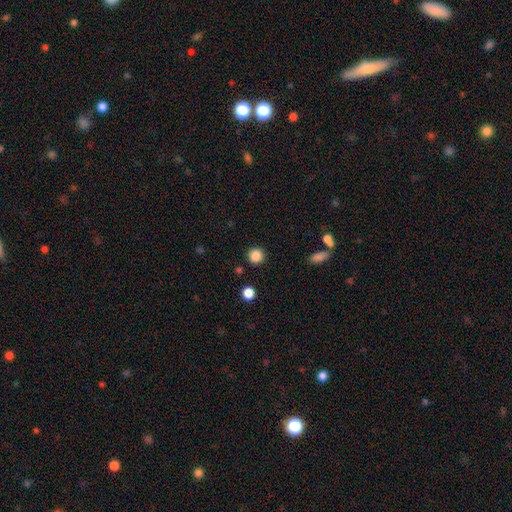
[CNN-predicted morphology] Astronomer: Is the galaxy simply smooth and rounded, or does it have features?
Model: smooth — 86%.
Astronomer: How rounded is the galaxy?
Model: round — 93%.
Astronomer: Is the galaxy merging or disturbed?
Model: none — 90%.